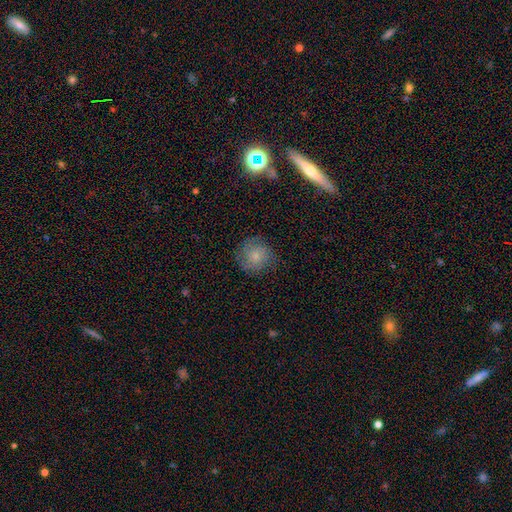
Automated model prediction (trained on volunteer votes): Smooth or featured? Predicted: smooth (p=0.72). How rounded? Predicted: round (p=0.91). Merging? Predicted: none (p=0.79).